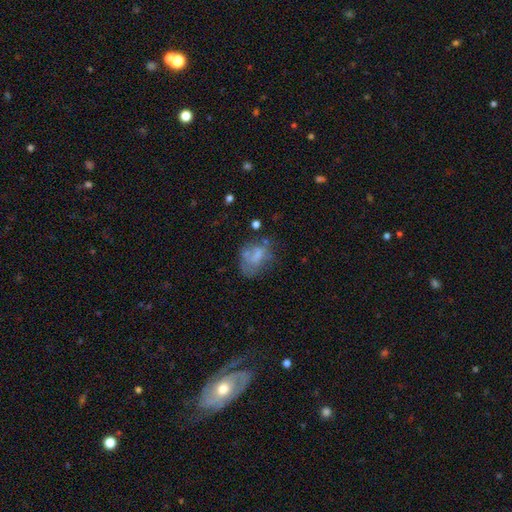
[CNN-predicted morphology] Smooth or featured: smooth — 51% (featured or disk — 36%)
How rounded: in between — 68% (round — 31%)
Merging: none — 37% (major disturbance — 28%)